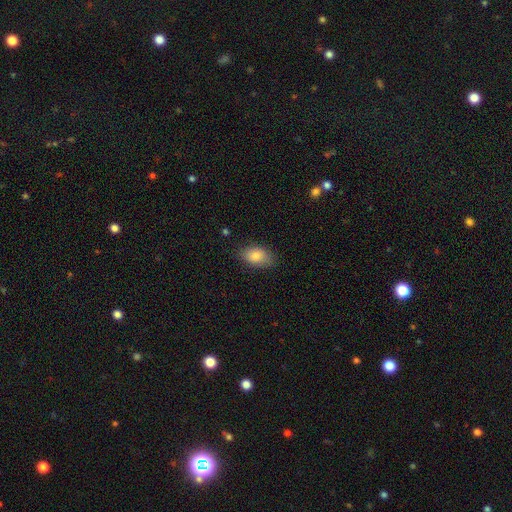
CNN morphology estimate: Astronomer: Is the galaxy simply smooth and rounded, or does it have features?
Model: smooth — 83%.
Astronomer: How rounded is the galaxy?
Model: in between — 89%.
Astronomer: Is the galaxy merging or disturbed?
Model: none — 81%.